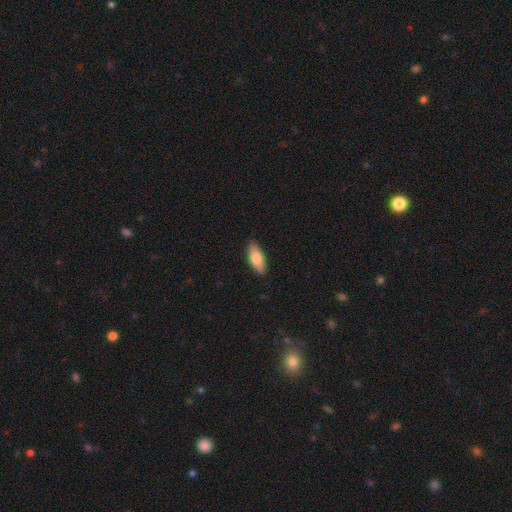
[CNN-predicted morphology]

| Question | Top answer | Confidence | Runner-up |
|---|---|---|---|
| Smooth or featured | smooth | 79% | featured or disk (16%) |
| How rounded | in between | 79% | cigar-shaped (18%) |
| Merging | none | 86% | minor disturbance (11%) |